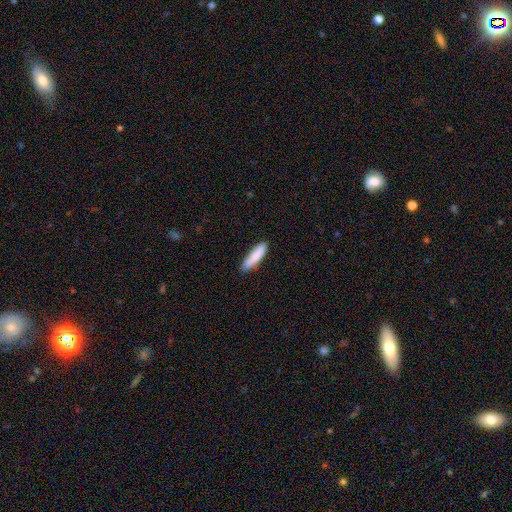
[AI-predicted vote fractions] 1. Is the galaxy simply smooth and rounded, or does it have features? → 85% smooth, 9% featured or disk, 6% star or artifact.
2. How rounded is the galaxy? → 71% cigar-shaped, 27% in between, 1% round.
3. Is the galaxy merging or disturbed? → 84% none, 13% minor disturbance, 2% major disturbance, 1% merger.